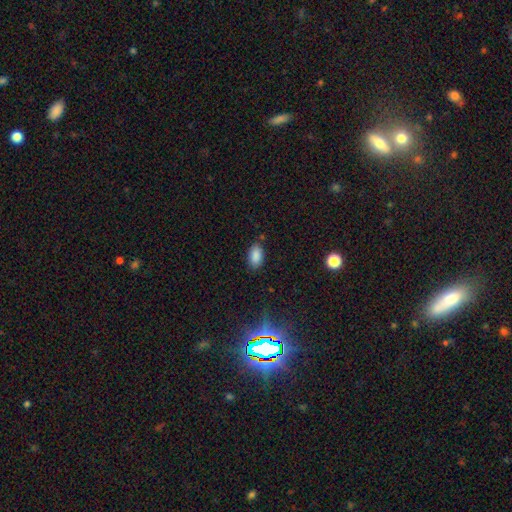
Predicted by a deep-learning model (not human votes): A smooth galaxy with no disk features (86%) that is in between round and cigar-shaped (93%).

Vote fractions:
- Smooth or featured? smooth: 86% / star or artifact: 10% / featured or disk: 5%
- How rounded? in between: 93% / round: 5% / cigar-shaped: 2%
- Merging? none: 81% / minor disturbance: 14% / major disturbance: 3% / merger: 2%